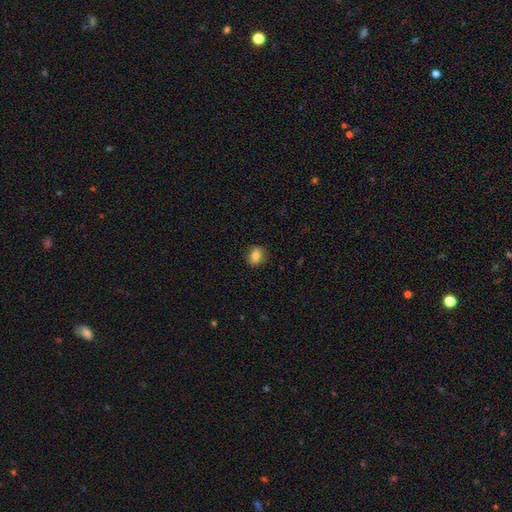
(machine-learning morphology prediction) Q: Smooth or featured?
A: smooth (81%); runner-up: featured or disk (10%)
Q: How rounded?
A: in between (50%); runner-up: round (48%)
Q: Merging?
A: none (85%); runner-up: minor disturbance (11%)